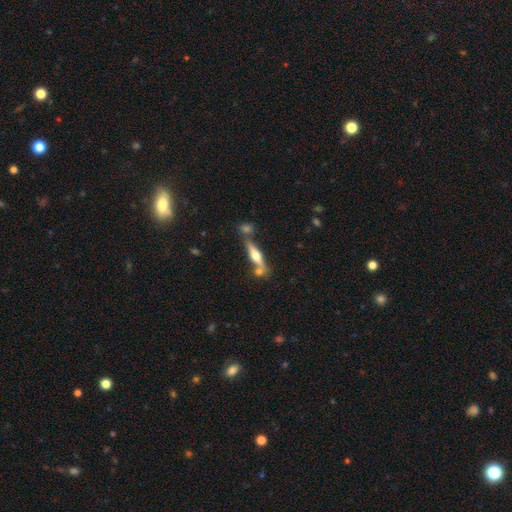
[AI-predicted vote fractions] smooth_or_featured: featured or disk (p=0.57) [alt: smooth p=0.36]
disk_edge_on: yes (p=0.92) [alt: no p=0.08]
edge_on_bulge: rounded (p=0.92) [alt: boxy p=0.05]
merging: none (p=0.62) [alt: merger p=0.21]